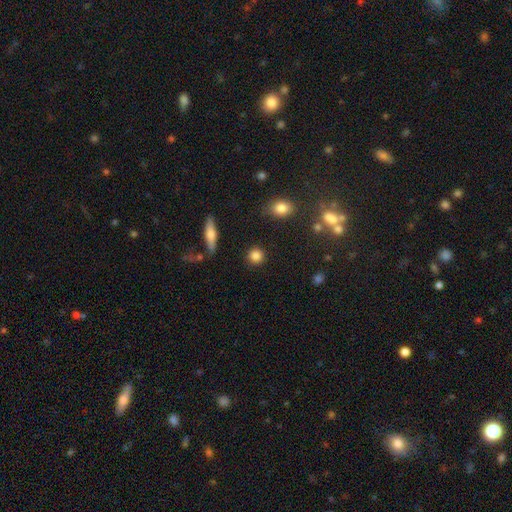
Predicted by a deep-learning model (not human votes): A smooth galaxy with no disk features (84%) that is round (91%).

Vote fractions:
- Smooth or featured? smooth: 84% / star or artifact: 10% / featured or disk: 6%
- How rounded? round: 91% / in between: 7% / cigar-shaped: 2%
- Merging? none: 90% / minor disturbance: 6% / major disturbance: 2% / merger: 2%